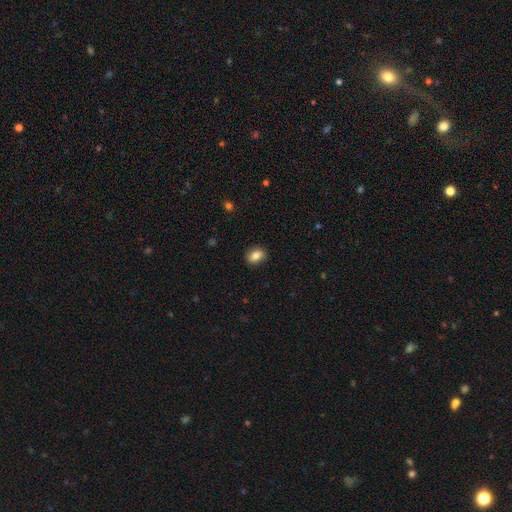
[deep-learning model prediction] A smooth galaxy with no disk features (83%) that is in between round and cigar-shaped (68%). Merging: none (87%).